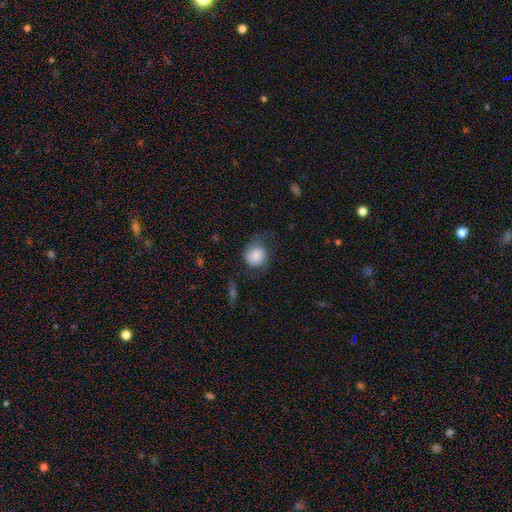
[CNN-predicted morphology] Smooth or featured: smooth — 71% (featured or disk — 21%)
How rounded: round — 80% (in between — 19%)
Merging: none — 54% (minor disturbance — 26%)